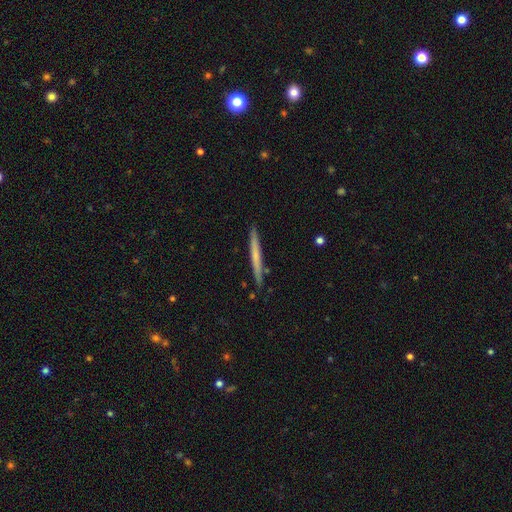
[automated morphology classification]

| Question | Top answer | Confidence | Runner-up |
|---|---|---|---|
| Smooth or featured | smooth | 52% | featured or disk (42%) |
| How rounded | cigar-shaped | 97% | in between (2%) |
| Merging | none | 90% | minor disturbance (7%) |